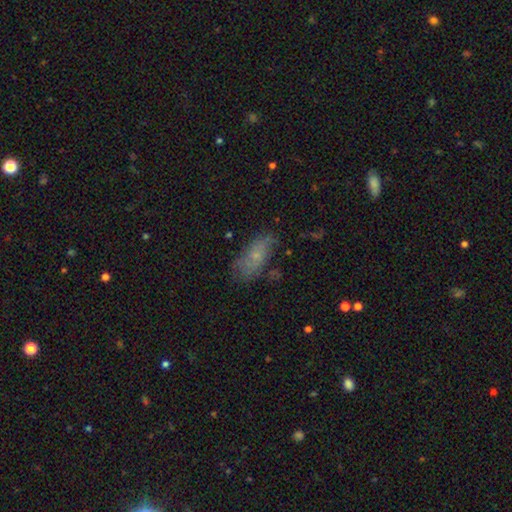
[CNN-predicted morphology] Smooth or featured? Predicted: smooth (p=0.59). How rounded? Predicted: in between (p=0.80). Merging? Predicted: none (p=0.62).